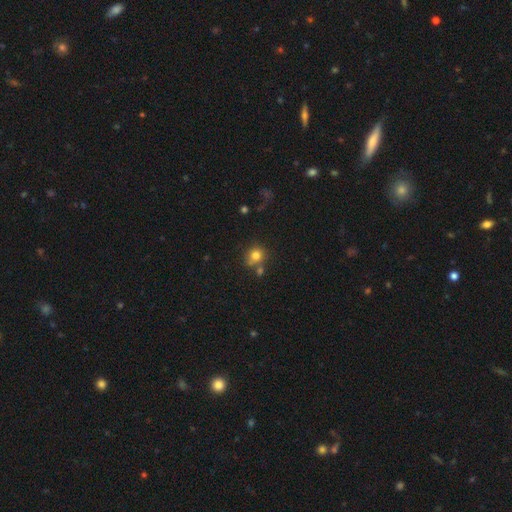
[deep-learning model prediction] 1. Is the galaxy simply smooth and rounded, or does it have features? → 79% smooth, 12% star or artifact, 9% featured or disk.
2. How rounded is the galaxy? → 81% round, 18% in between, 1% cigar-shaped.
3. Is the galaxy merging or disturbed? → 62% none, 19% merger, 14% minor disturbance, 5% major disturbance.